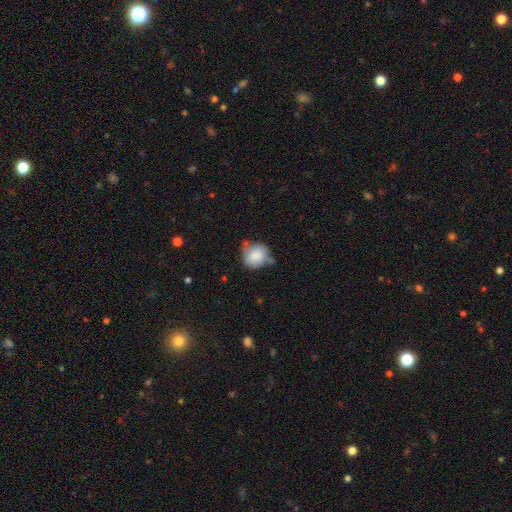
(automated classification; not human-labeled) Smooth or featured: smooth — 85% (featured or disk — 8%)
How rounded: round — 81% (in between — 18%)
Merging: none — 52% (minor disturbance — 27%)